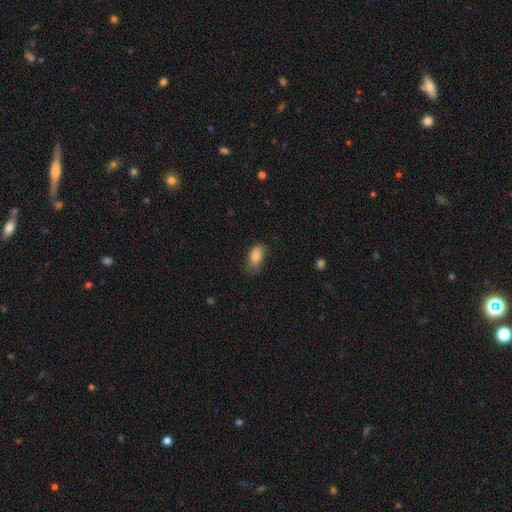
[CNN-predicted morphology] A smooth galaxy with no disk features (81%) that is in between round and cigar-shaped (90%). Merging: none (61%).